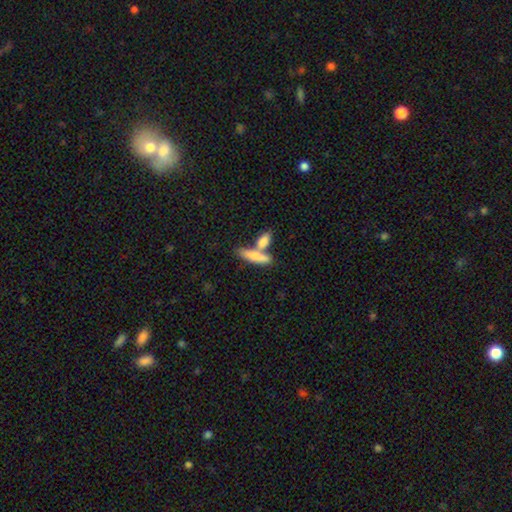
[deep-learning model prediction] smooth 75%, featured or disk 19%, star or artifact 6%. Down the decision tree: how rounded — cigar-shaped (61%); merging — none (45%).